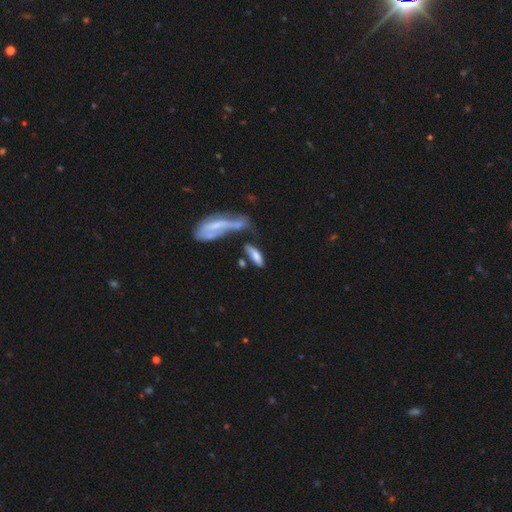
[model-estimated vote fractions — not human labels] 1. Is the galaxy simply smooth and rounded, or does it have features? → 68% smooth, 24% featured or disk, 8% star or artifact.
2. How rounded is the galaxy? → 56% in between, 41% cigar-shaped, 3% round.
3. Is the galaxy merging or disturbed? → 41% none, 30% merger, 18% minor disturbance, 11% major disturbance.